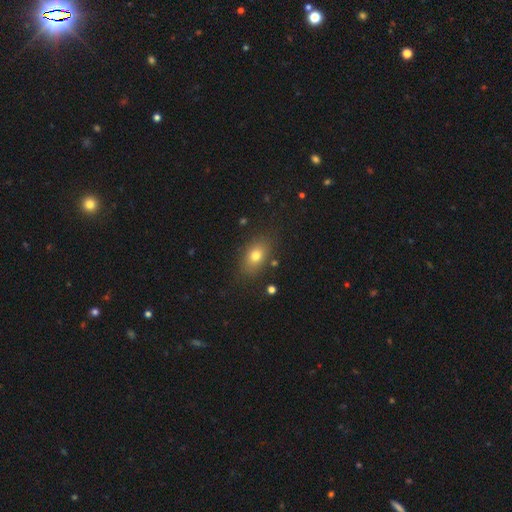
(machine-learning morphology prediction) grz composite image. It shows a smooth galaxy with no disk features (75%) that is in between round and cigar-shaped (80%). Merging: none (82%).